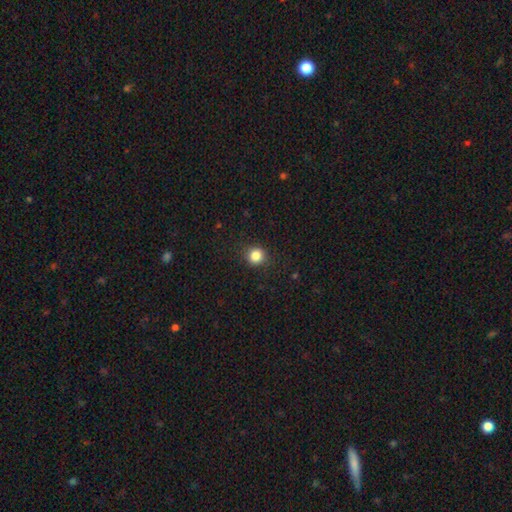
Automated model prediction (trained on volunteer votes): Smooth or featured?
  - smooth: 84% *
  - star or artifact: 12%
  - featured or disk: 4%
How rounded?
  - round: 87% *
  - in between: 12%
  - cigar-shaped: 1%
Merging?
  - none: 89% *
  - minor disturbance: 8%
  - major disturbance: 2%
  - merger: 1%